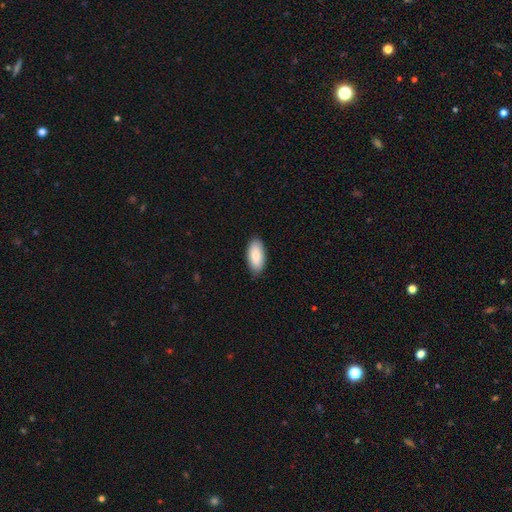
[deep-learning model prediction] Smooth or featured? Predicted: smooth (p=0.82). How rounded? Predicted: in between (p=0.92). Merging? Predicted: none (p=0.86).